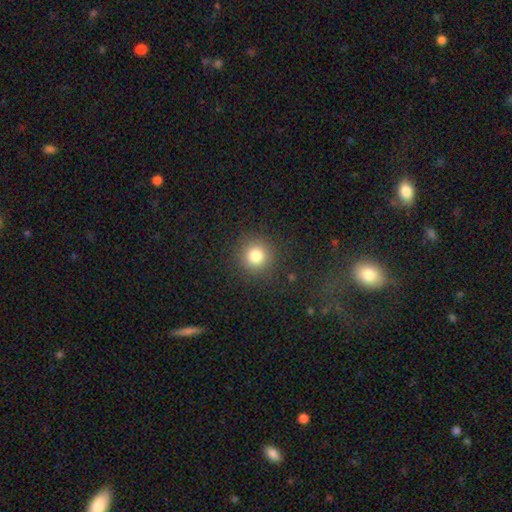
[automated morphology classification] type=smooth (80%); roundness=round (94%); merging=none (89%).